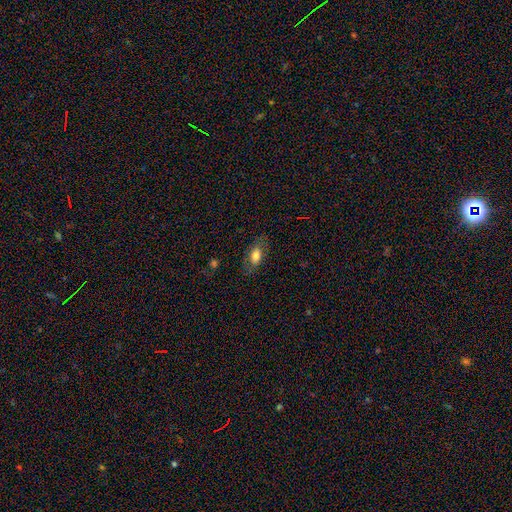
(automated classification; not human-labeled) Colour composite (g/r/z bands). It shows a smooth galaxy with no disk features (67%) that is in between round and cigar-shaped (89%). Merging: none (76%).